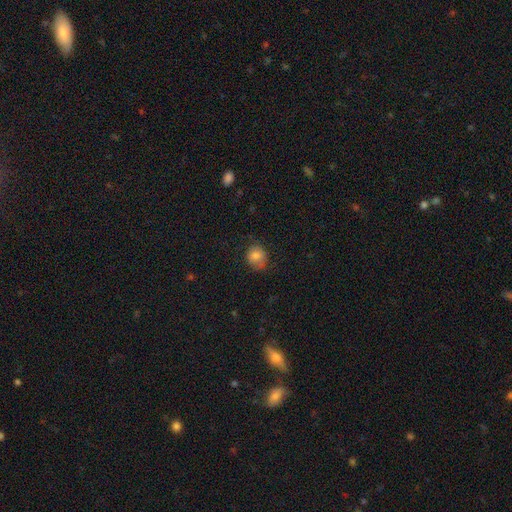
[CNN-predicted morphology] smooth 79%, featured or disk 11%, star or artifact 10%. Down the decision tree: how rounded — round (67%); merging — none (70%).